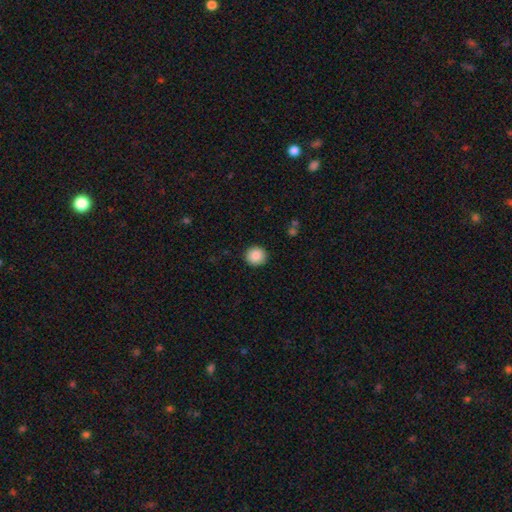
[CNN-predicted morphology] Smooth or featured? smooth (88%)
How rounded? round (92%)
Merging? none (92%)